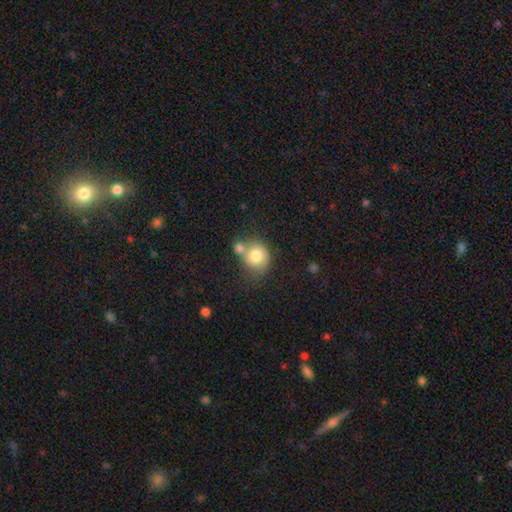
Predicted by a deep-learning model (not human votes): smooth_or_featured: smooth (p=0.76) [alt: featured or disk p=0.16]
how_rounded: round (p=0.73) [alt: in between p=0.26]
merging: merger (p=0.41) [alt: none p=0.38]